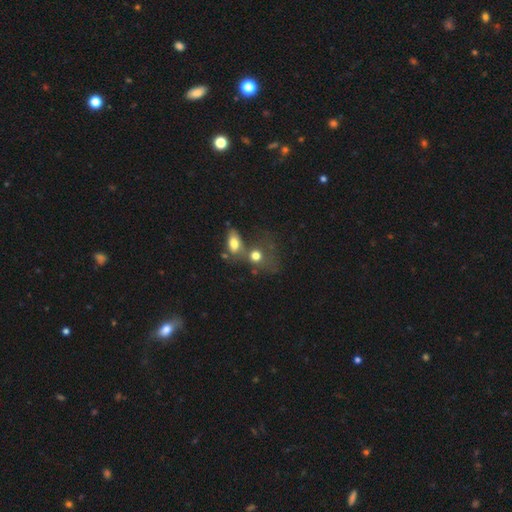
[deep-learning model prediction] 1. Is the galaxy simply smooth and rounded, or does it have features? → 71% smooth, 17% featured or disk, 12% star or artifact.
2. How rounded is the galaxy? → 53% in between, 45% round, 2% cigar-shaped.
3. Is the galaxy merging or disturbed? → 49% merger, 27% none, 13% major disturbance, 12% minor disturbance.